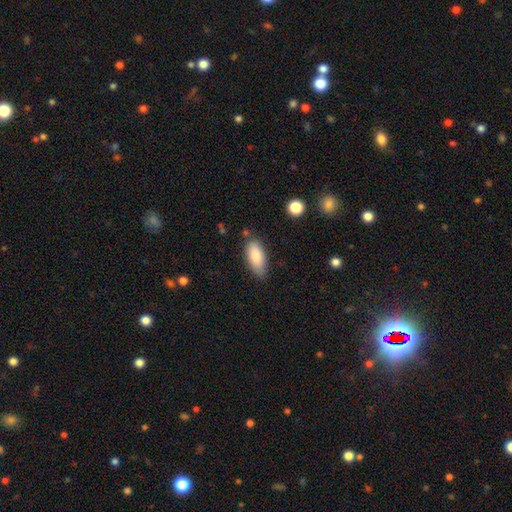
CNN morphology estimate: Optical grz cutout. It shows a smooth galaxy with no disk features (85%) that is in between round and cigar-shaped (87%). Merging: none (76%).